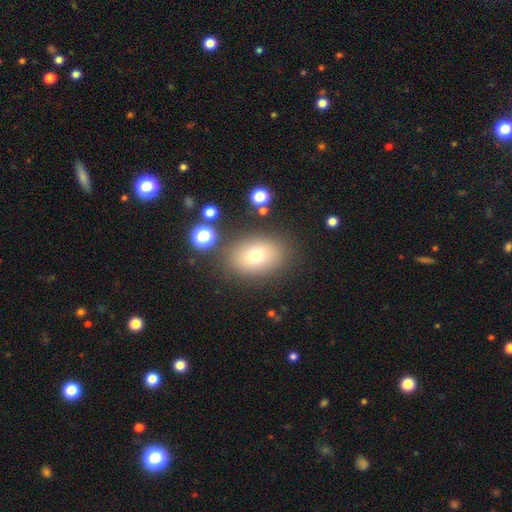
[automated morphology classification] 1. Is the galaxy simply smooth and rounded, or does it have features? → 72% smooth, 15% featured or disk, 13% star or artifact.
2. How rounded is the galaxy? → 74% in between, 24% round, 1% cigar-shaped.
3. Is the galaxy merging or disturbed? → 80% none, 11% minor disturbance, 4% major disturbance, 4% merger.